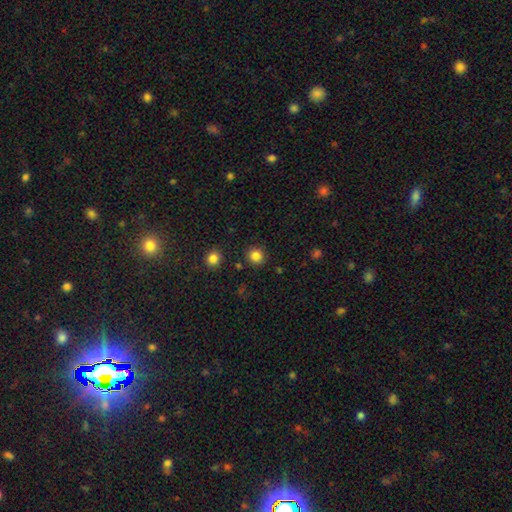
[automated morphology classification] This appears to be a smooth galaxy with no disk features (84%) that is round (92%). Merging: none (90%).